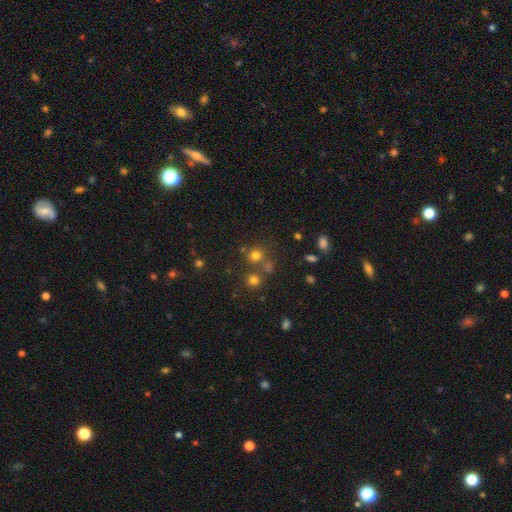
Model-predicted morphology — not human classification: smooth 71%, star or artifact 22%, featured or disk 8%. Down the decision tree: how rounded — round (88%); merging — none (70%).